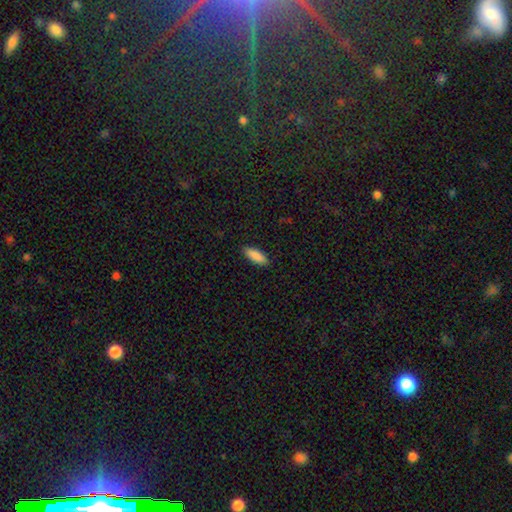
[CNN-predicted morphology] Smooth or featured? smooth (89%)
How rounded? in between (64%)
Merging? none (89%)